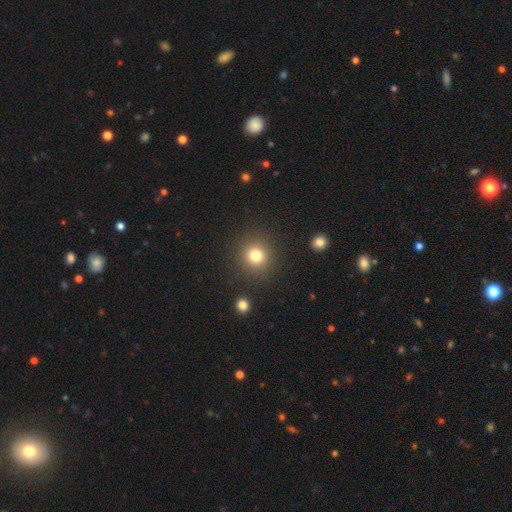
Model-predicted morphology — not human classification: Q: Smooth or featured?
A: smooth (80%); runner-up: star or artifact (13%)
Q: How rounded?
A: round (91%); runner-up: in between (8%)
Q: Merging?
A: none (88%); runner-up: minor disturbance (7%)